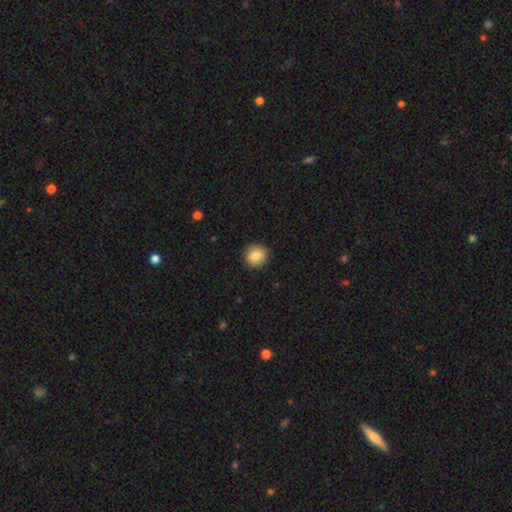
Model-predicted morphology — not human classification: The model was most divided on "how rounded": round: 87%, in between: 12%, cigar-shaped: 1%. More confident: merging — none (91%); smooth or featured — smooth (84%).